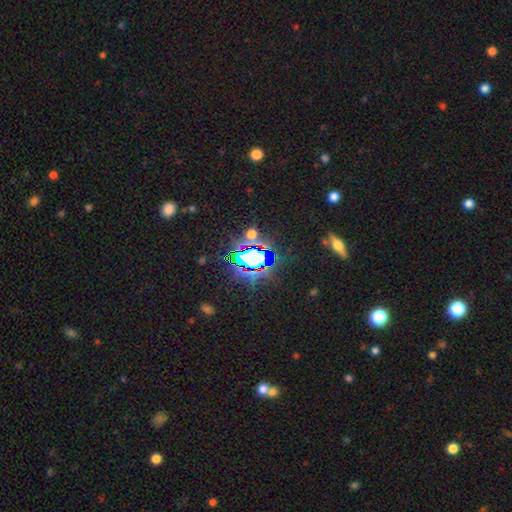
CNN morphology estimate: Smooth or featured?
  - star or artifact: 73% *
  - smooth: 17%
  - featured or disk: 10%